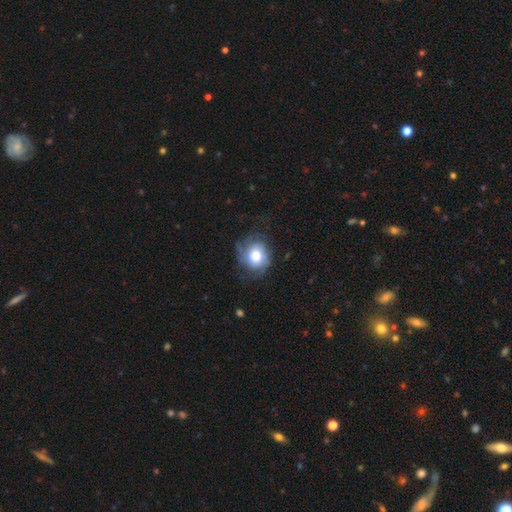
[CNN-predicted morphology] featured or disk 57%, smooth 35%, star or artifact 8%. Down the decision tree: edge-on disk — no (97%); bar — no (80%); spiral arms — yes (87%); bulge size — large (50%); merging — none (60%).